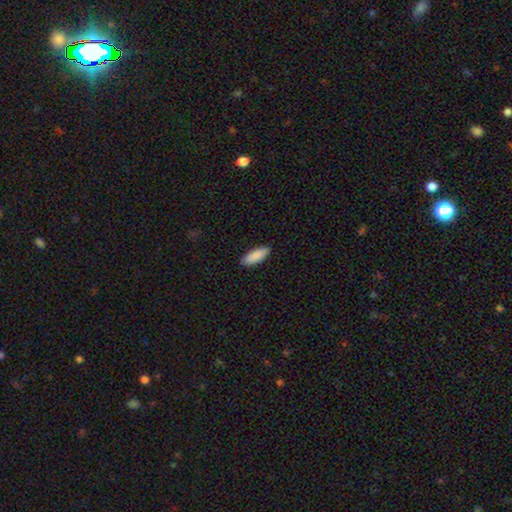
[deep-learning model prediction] Q: Smooth or featured?
A: smooth (90%); runner-up: star or artifact (5%)
Q: How rounded?
A: in between (72%); runner-up: cigar-shaped (26%)
Q: Merging?
A: none (89%); runner-up: minor disturbance (8%)